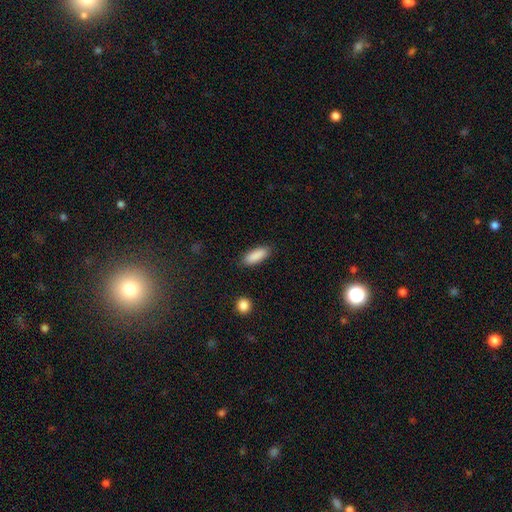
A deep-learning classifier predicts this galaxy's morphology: Smooth or featured? smooth (89%)
How rounded? in between (67%)
Merging? none (87%)